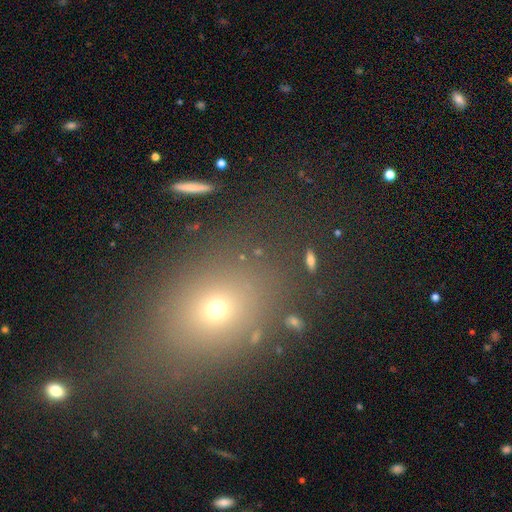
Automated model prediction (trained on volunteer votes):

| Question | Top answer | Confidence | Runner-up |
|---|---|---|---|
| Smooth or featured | smooth | 58% | star or artifact (29%) |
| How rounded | in between | 56% | round (42%) |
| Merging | none | 79% | minor disturbance (11%) |